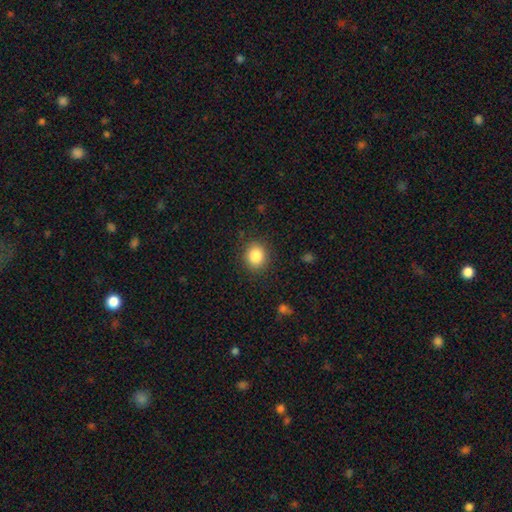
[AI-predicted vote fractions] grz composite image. It shows a smooth galaxy with no disk features (86%) that is round (76%). Merging: none (87%).